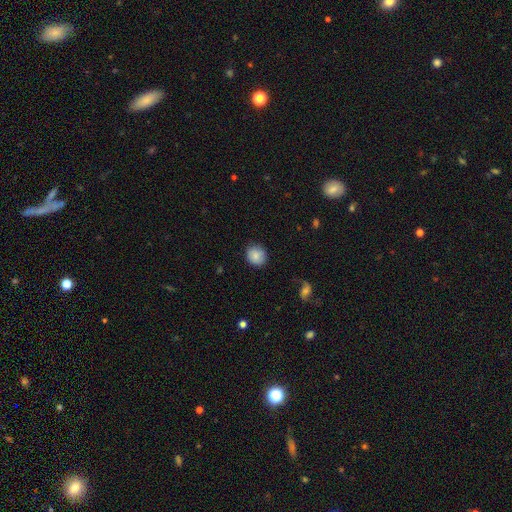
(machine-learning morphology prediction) This is clearly a smooth galaxy (84%). How rounded: clearly round (80%). Merging: clearly none (84%).